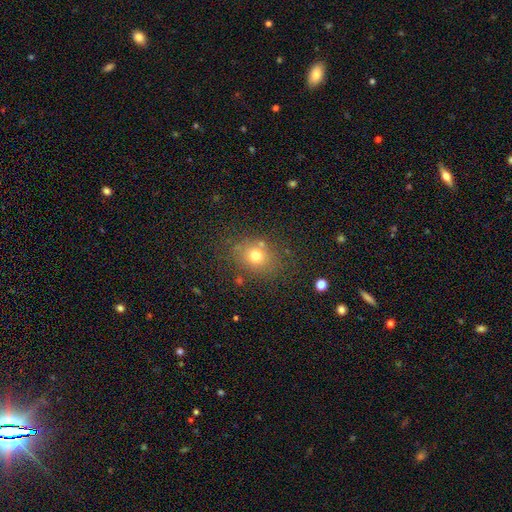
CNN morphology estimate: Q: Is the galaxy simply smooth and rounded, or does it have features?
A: smooth — 73%.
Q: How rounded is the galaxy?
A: round — 60%.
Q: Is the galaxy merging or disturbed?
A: none — 76%.